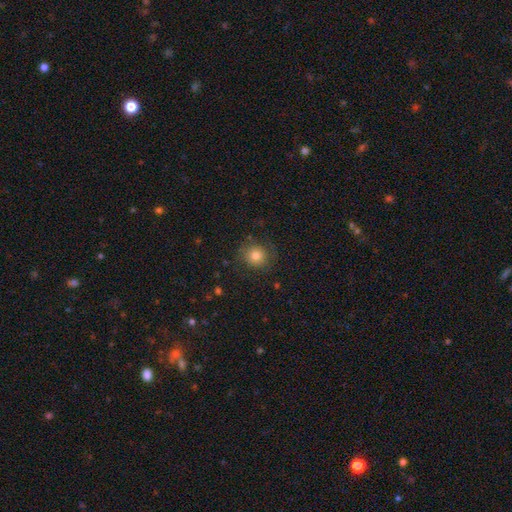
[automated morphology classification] The model was most divided on "smooth or featured": smooth: 78%, star or artifact: 11%, featured or disk: 11%. More confident: how rounded — round (90%); merging — none (80%).